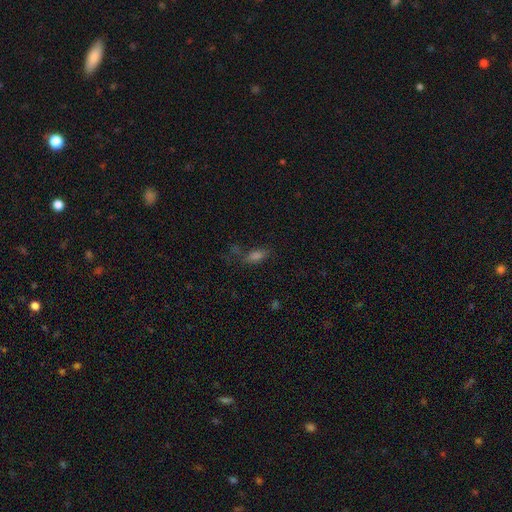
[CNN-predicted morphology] smooth-or-featured: smooth: 64% | star or artifact: 24% | featured or disk: 13%
  how-rounded: in between: 71% | cigar-shaped: 24% | round: 6%
  merging: none: 61% | minor disturbance: 18% | major disturbance: 10% | merger: 10%